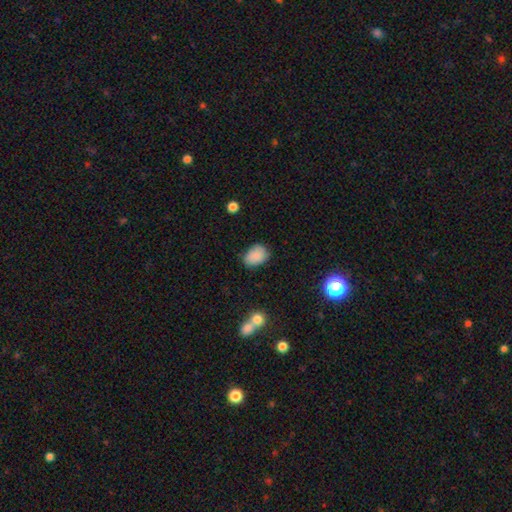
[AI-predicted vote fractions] smooth 86%, star or artifact 9%, featured or disk 5%. Down the decision tree: how rounded — in between (77%); merging — none (72%).